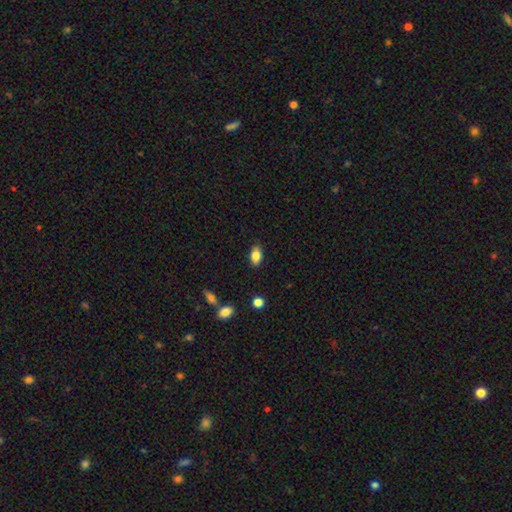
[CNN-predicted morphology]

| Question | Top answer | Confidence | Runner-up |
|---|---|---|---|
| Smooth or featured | smooth | 83% | star or artifact (8%) |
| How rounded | in between | 90% | round (7%) |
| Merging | none | 86% | minor disturbance (10%) |